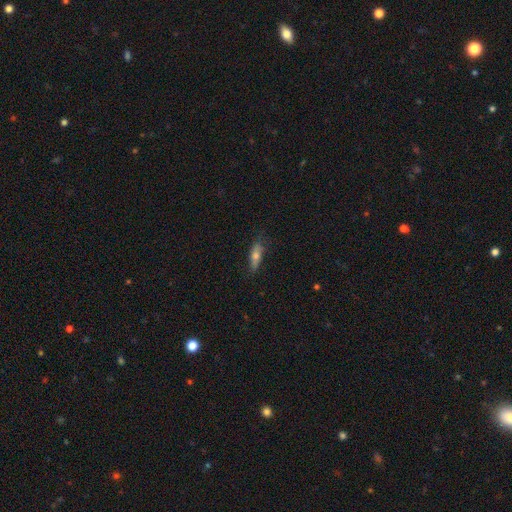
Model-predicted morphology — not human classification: Q: Smooth or featured?
A: smooth (62%); runner-up: featured or disk (31%)
Q: How rounded?
A: cigar-shaped (50%); runner-up: in between (46%)
Q: Merging?
A: none (72%); runner-up: minor disturbance (21%)